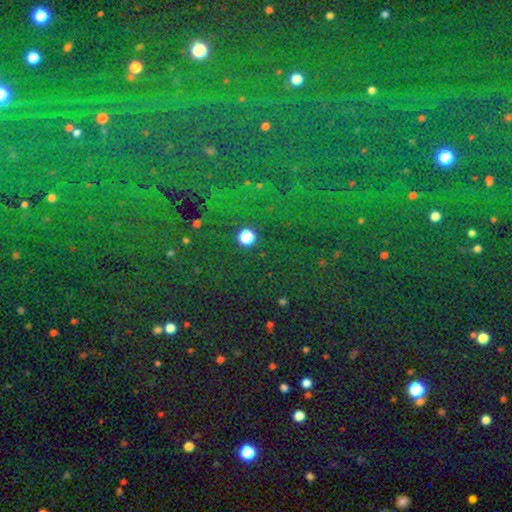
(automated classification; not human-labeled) This is clearly a star or artifact rather than a galaxy (85%).